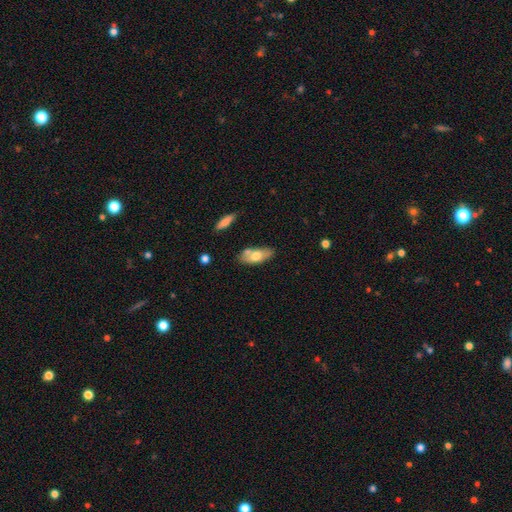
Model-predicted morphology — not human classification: Smooth or featured? Predicted: smooth (p=0.62). How rounded? Predicted: in between (p=0.83). Merging? Predicted: none (p=0.65).